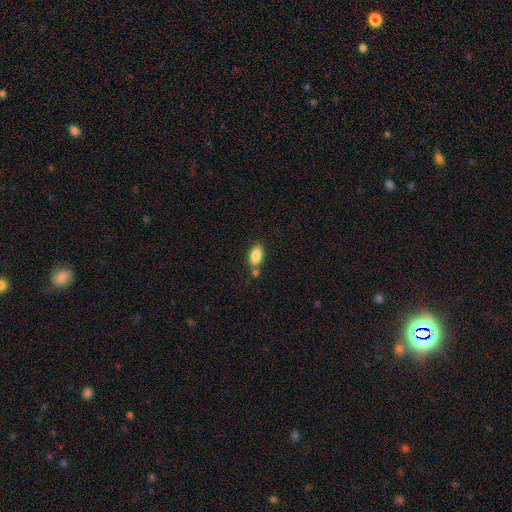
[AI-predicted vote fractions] This is clearly a smooth galaxy (85%). How rounded: clearly in between (90%). Merging: likely none (63%).